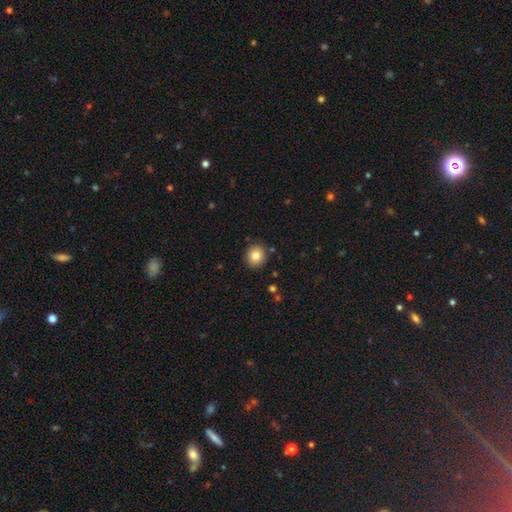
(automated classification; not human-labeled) A smooth galaxy with no disk features (83%) that is round (85%). Merging: none (89%).